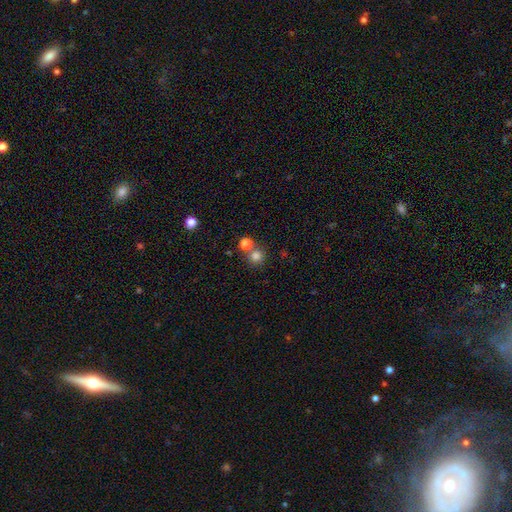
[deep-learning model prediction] Q: Smooth or featured?
A: smooth (79%); runner-up: star or artifact (15%)
Q: How rounded?
A: round (91%); runner-up: in between (8%)
Q: Merging?
A: none (68%); runner-up: merger (22%)